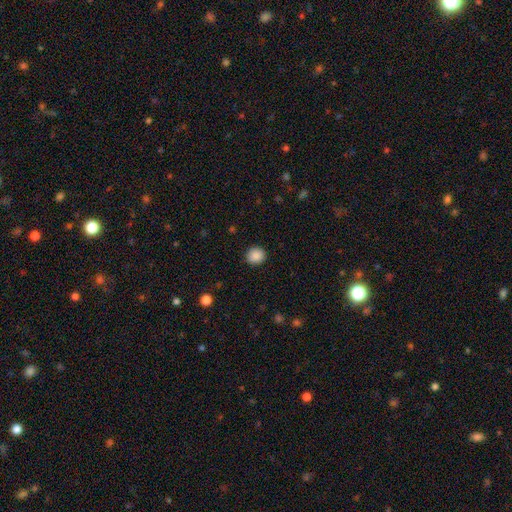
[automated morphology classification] This appears to be a smooth galaxy with no disk features (89%) that is round (83%). Merging: none (91%).